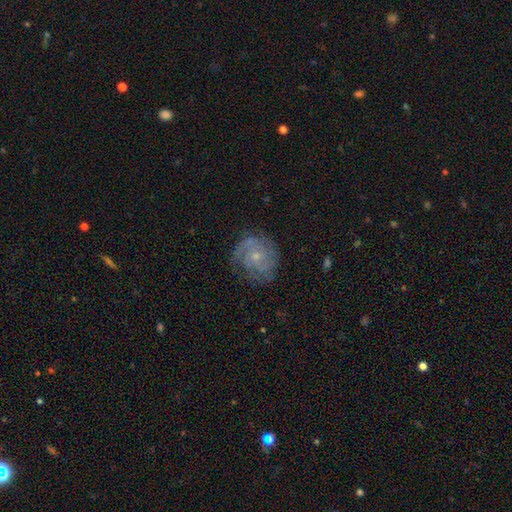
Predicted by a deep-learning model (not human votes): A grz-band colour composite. It shows a featured or disk galaxy (73%) with no bar (79%), tight (56%) spiral arms (90%) and a small central bulge (74%). Merging: none (69%).